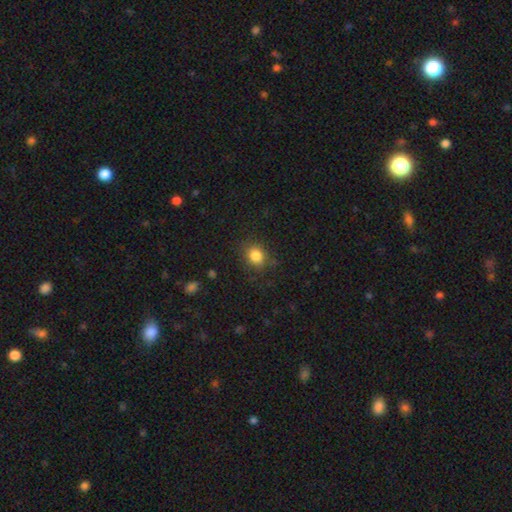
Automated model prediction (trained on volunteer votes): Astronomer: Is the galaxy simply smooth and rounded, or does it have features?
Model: smooth — 84%.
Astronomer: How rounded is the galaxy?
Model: round — 62%.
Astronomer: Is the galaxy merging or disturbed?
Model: none — 81%.